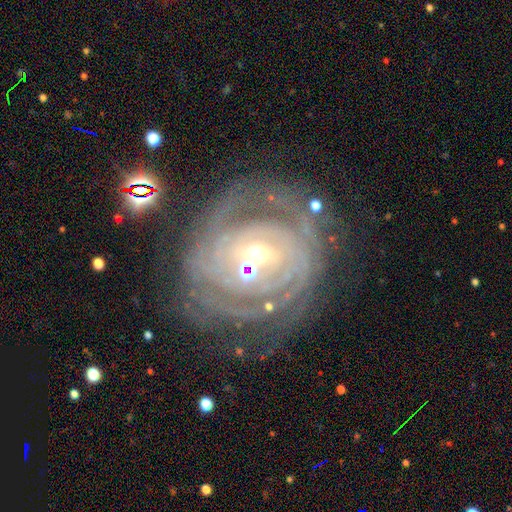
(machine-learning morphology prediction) featured or disk 86%, smooth 7%, star or artifact 7%. Down the decision tree: edge-on disk — no (96%); bar — no (39%); spiral arms — yes (92%); spiral arm count — can't tell (38%); spiral winding — tight (77%); bulge size — moderate (48%); merging — none (64%).